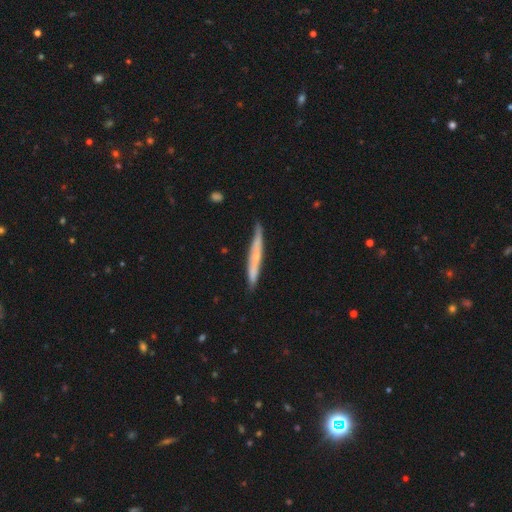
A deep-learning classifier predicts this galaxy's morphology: Smooth or featured? Predicted: featured or disk (p=0.53). Edge-on disk? Predicted: yes (p=0.91). Merging? Predicted: none (p=0.81).